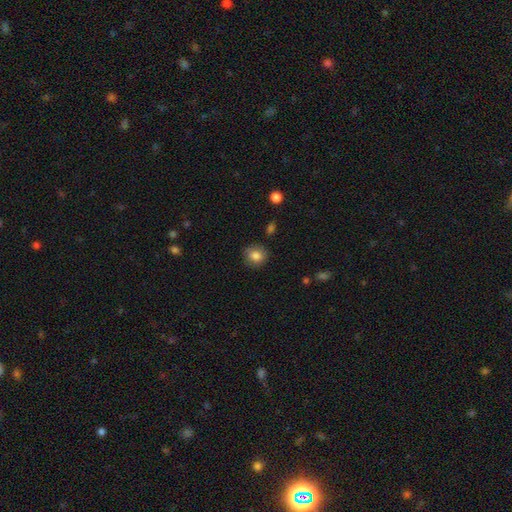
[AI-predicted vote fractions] smooth-or-featured: smooth: 83% | star or artifact: 9% | featured or disk: 8%
  how-rounded: round: 82% | in between: 17% | cigar-shaped: 1%
  merging: none: 84% | minor disturbance: 12% | major disturbance: 3% | merger: 2%